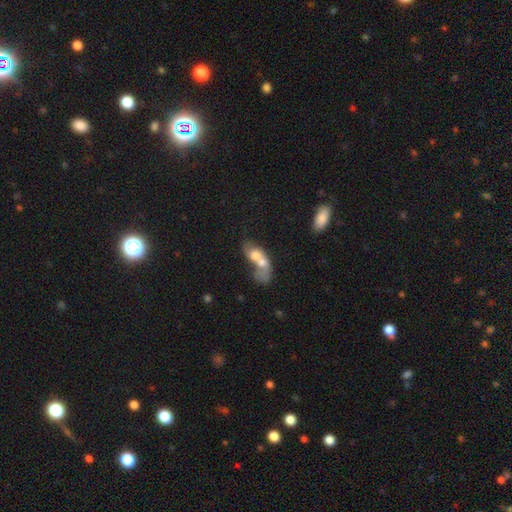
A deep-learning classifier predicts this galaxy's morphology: Smooth or featured?
  - smooth: 59% *
  - featured or disk: 33%
  - star or artifact: 8%
How rounded?
  - in between: 69% *
  - round: 24%
  - cigar-shaped: 7%
Merging?
  - merger: 81% *
  - major disturbance: 8%
  - none: 7%
  - minor disturbance: 4%